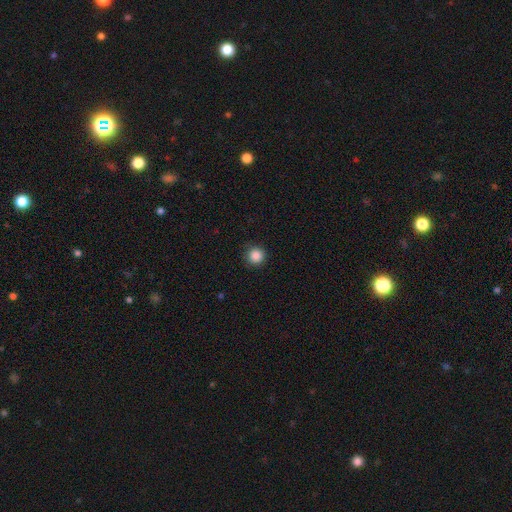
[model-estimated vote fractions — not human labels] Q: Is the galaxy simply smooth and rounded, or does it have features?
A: smooth — 86%.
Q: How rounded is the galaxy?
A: round — 95%.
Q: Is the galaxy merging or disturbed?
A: none — 90%.